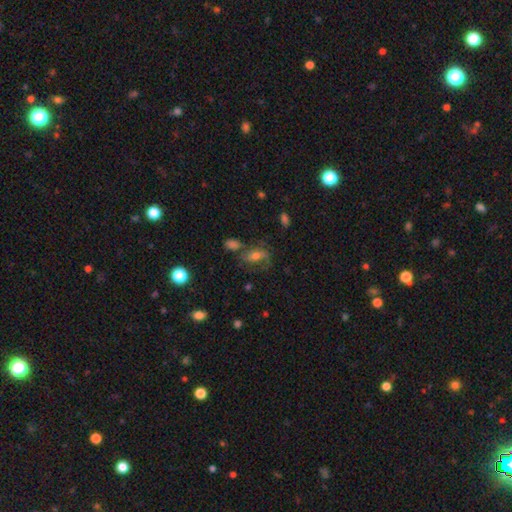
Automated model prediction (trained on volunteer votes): Overall: featured or disk (42%; smooth 41%). Merging: none (51%; minor disturbance 21%).